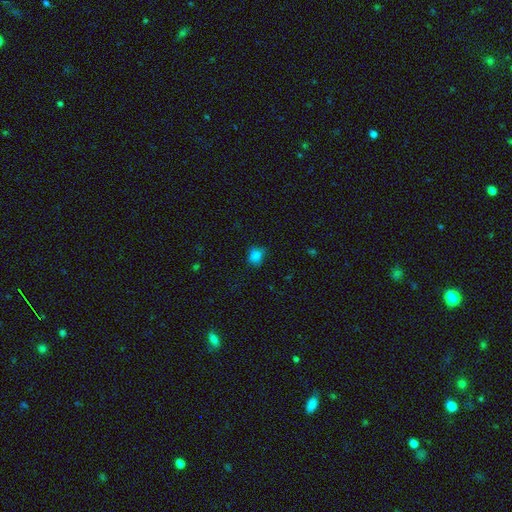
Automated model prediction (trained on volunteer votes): A smooth galaxy with no disk features (83%) that is round (66%).

Vote fractions:
- Smooth or featured? smooth: 83% / star or artifact: 12% / featured or disk: 5%
- How rounded? round: 66% / in between: 33% / cigar-shaped: 1%
- Merging? none: 69% / minor disturbance: 23% / major disturbance: 6% / merger: 2%